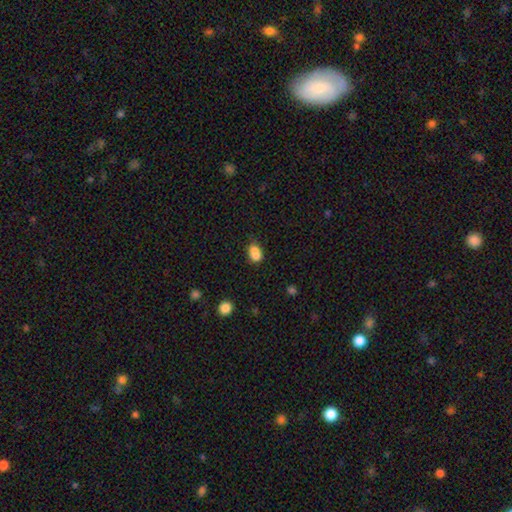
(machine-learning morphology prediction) smooth_or_featured: smooth (p=0.76) [alt: featured or disk p=0.13]
how_rounded: in between (p=0.59) [alt: round p=0.39]
merging: merger (p=0.51) [alt: none p=0.30]